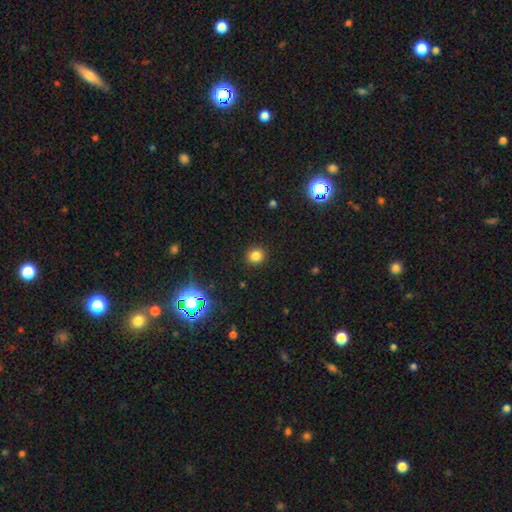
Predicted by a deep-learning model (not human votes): smooth-or-featured: smooth: 80% | star or artifact: 15% | featured or disk: 5%
  how-rounded: round: 84% | in between: 15% | cigar-shaped: 1%
  merging: none: 90% | minor disturbance: 6% | major disturbance: 2% | merger: 1%